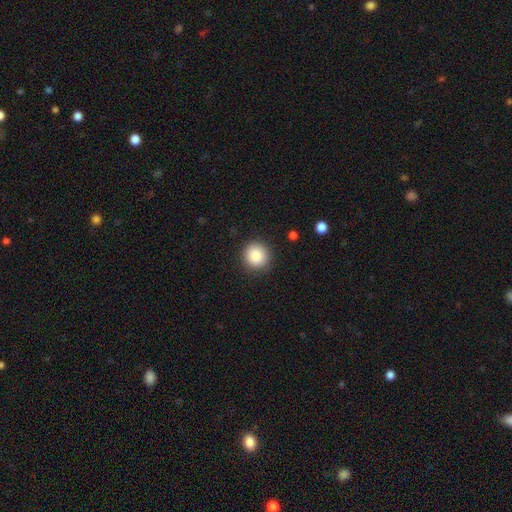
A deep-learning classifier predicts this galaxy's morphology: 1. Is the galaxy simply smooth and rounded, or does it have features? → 85% smooth, 9% star or artifact, 6% featured or disk.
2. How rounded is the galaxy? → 94% round, 5% in between, 1% cigar-shaped.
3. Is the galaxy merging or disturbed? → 90% none, 7% minor disturbance, 2% major disturbance, 1% merger.